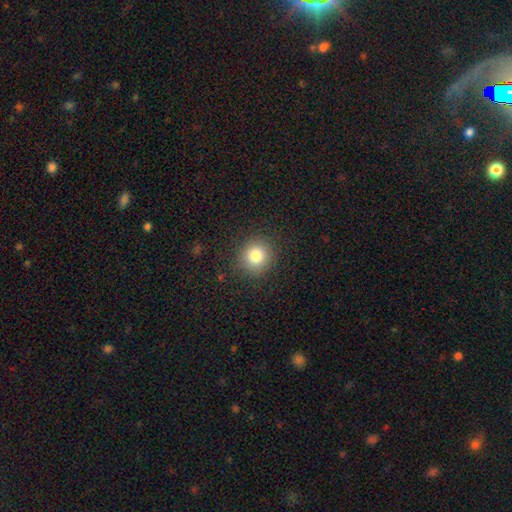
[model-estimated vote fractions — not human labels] Smooth or featured? smooth (81%)
How rounded? round (90%)
Merging? none (88%)